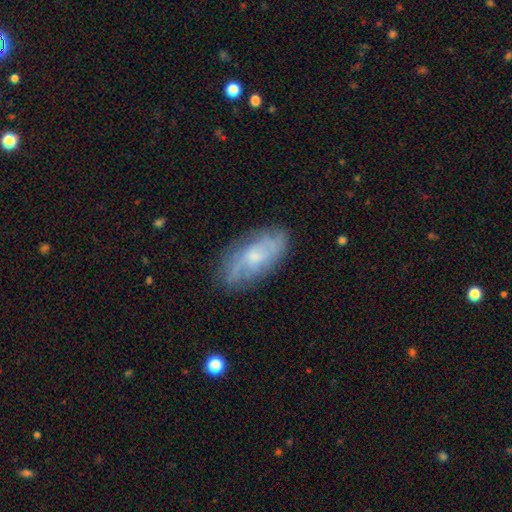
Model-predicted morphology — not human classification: A featured or disk galaxy (58%) with no bar (73%), spiral arms (75%) and a small central bulge (52%). Merging: none (74%).